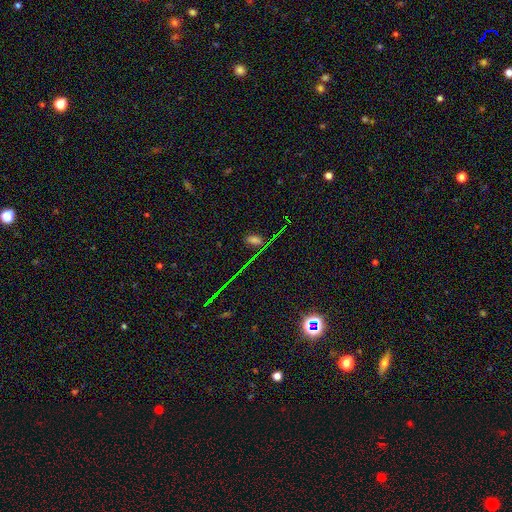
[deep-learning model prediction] Morphology: type=star or artifact (69%).